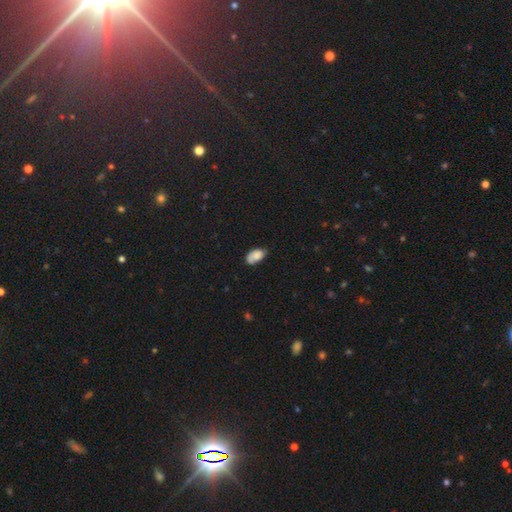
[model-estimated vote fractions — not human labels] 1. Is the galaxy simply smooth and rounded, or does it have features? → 79% smooth, 13% featured or disk, 8% star or artifact.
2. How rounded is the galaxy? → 93% in between, 4% round, 3% cigar-shaped.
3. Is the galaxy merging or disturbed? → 56% none, 32% minor disturbance, 8% major disturbance, 4% merger.